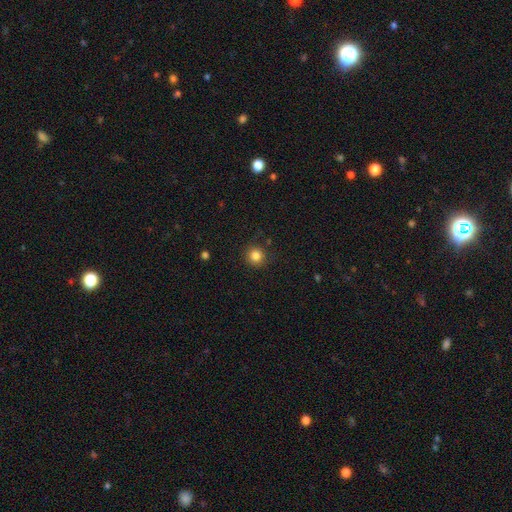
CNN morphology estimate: Q: Smooth or featured?
A: smooth (84%); runner-up: star or artifact (11%)
Q: How rounded?
A: round (93%); runner-up: in between (6%)
Q: Merging?
A: none (87%); runner-up: minor disturbance (9%)